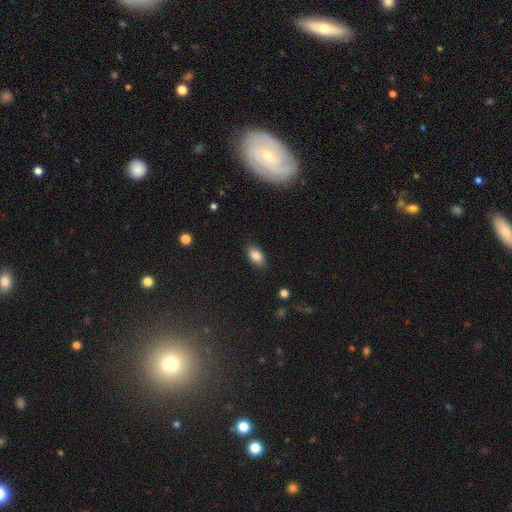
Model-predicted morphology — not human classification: Smooth or featured?
  - smooth: 85% *
  - star or artifact: 8%
  - featured or disk: 7%
How rounded?
  - in between: 91% *
  - round: 6%
  - cigar-shaped: 3%
Merging?
  - none: 83% *
  - minor disturbance: 13%
  - major disturbance: 3%
  - merger: 1%